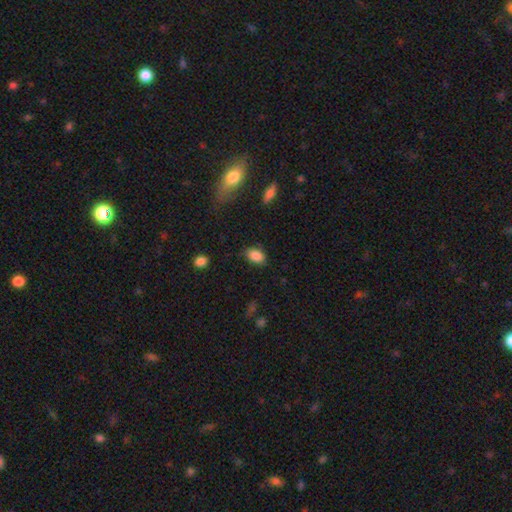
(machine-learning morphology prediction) Smooth or featured?
  - smooth: 86% *
  - star or artifact: 8%
  - featured or disk: 5%
How rounded?
  - in between: 87% *
  - round: 11%
  - cigar-shaped: 2%
Merging?
  - none: 78% *
  - minor disturbance: 17%
  - major disturbance: 4%
  - merger: 1%